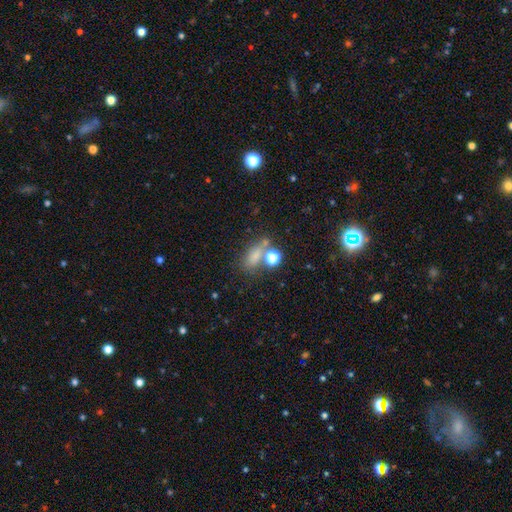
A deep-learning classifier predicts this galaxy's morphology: Q: Smooth or featured?
A: smooth (69%); runner-up: star or artifact (21%)
Q: How rounded?
A: in between (66%); runner-up: round (23%)
Q: Merging?
A: none (51%); runner-up: merger (24%)